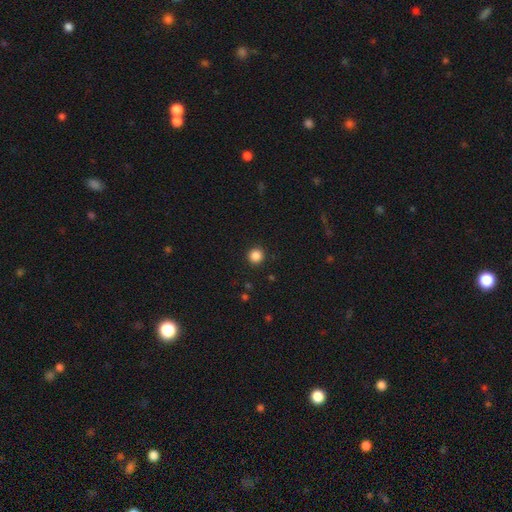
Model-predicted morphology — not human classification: type=smooth (86%); roundness=round (94%); merging=none (92%).